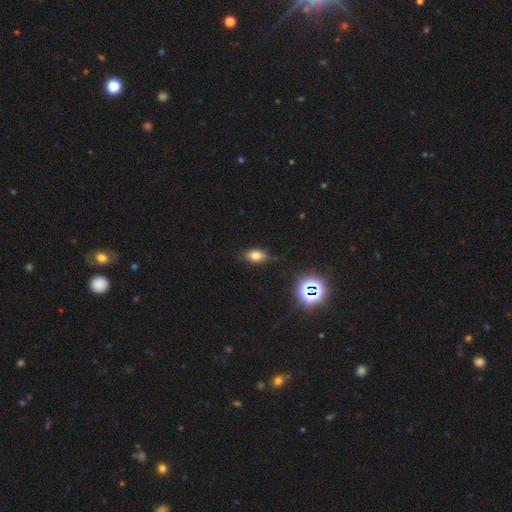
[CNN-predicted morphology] smooth 70%, star or artifact 17%, featured or disk 13%. Down the decision tree: how rounded — in between (82%); merging — none (80%).